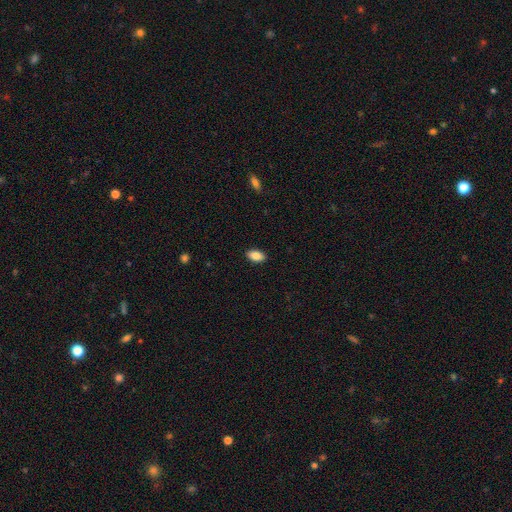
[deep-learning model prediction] The model was most divided on "smooth or featured": smooth: 87%, star or artifact: 7%, featured or disk: 5%. More confident: how rounded — in between (92%); merging — none (90%).